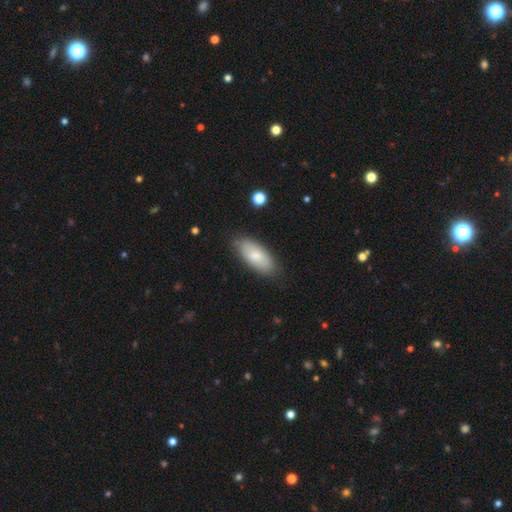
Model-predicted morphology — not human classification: Smooth or featured: smooth — 78% (featured or disk — 16%)
How rounded: in between — 86% (cigar-shaped — 12%)
Merging: none — 82% (minor disturbance — 14%)